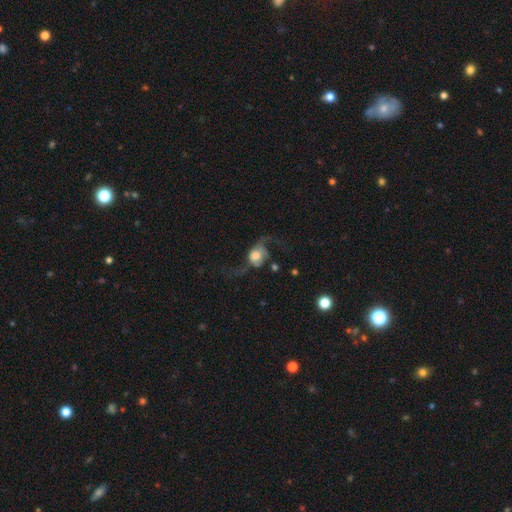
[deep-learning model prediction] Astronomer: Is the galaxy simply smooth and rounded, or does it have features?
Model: featured or disk — 64%.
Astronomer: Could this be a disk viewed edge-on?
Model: no — 94%.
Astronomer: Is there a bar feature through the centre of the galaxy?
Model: no — 72%.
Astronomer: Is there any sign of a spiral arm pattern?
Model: yes — 85%.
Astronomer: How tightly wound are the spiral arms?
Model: loose — 88%.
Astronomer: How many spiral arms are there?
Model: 2 — 87%.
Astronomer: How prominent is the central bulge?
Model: large — 38% (runner-up: moderate, 29%).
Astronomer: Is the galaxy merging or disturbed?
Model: major disturbance — 40% (runner-up: none, 39%).